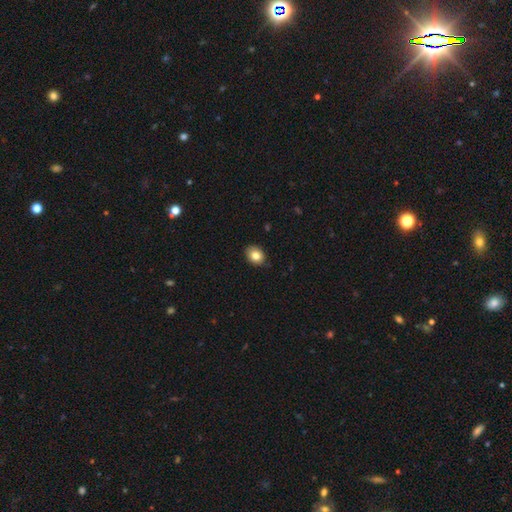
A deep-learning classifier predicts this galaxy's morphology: This appears to be a smooth galaxy with no disk features (82%) that is in between round and cigar-shaped (61%). Merging: none (85%).